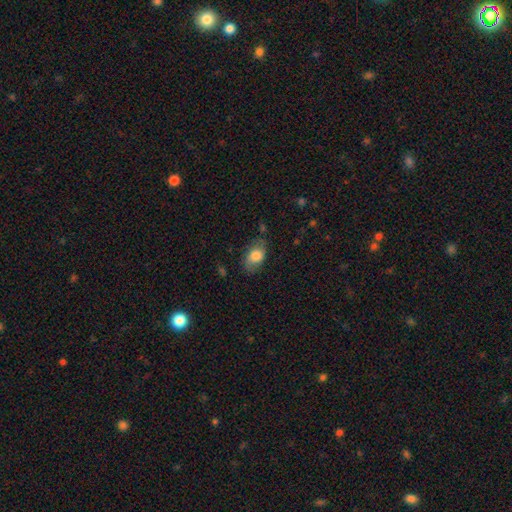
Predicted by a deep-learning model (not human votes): A smooth galaxy with no disk features (75%) that is in between round and cigar-shaped (87%). Merging: none (66%).